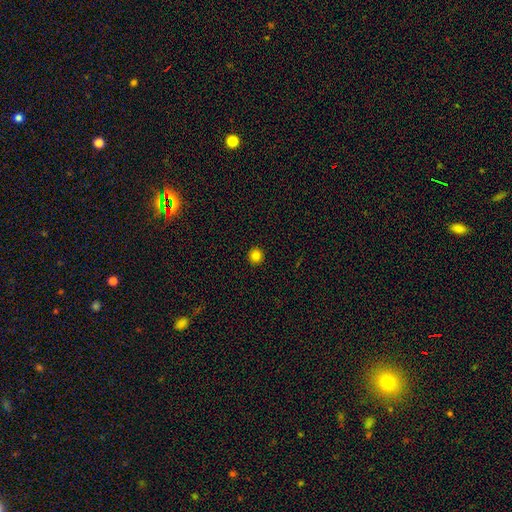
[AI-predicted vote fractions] The model was most divided on "smooth or featured": smooth: 83%, star or artifact: 13%, featured or disk: 4%. More confident: merging — none (93%); how rounded — round (93%).